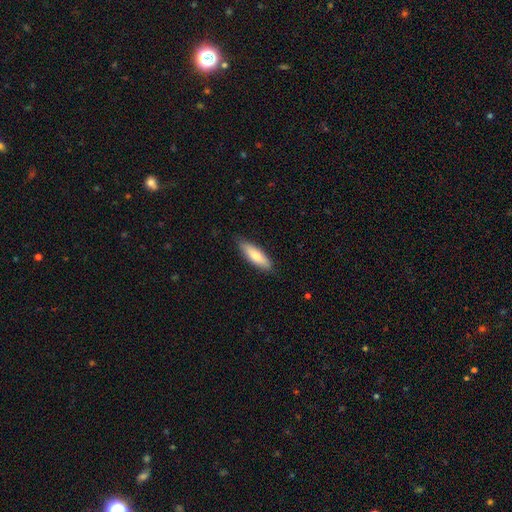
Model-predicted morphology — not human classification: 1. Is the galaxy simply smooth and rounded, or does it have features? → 75% smooth, 20% featured or disk, 6% star or artifact.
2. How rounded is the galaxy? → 53% cigar-shaped, 45% in between, 2% round.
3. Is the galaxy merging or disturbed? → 85% none, 12% minor disturbance, 2% major disturbance, 1% merger.